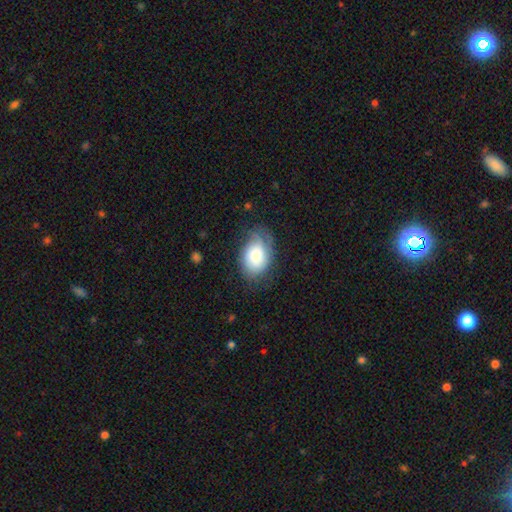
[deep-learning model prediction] Smooth or featured? smooth (66%)
How rounded? in between (83%)
Merging? none (61%)